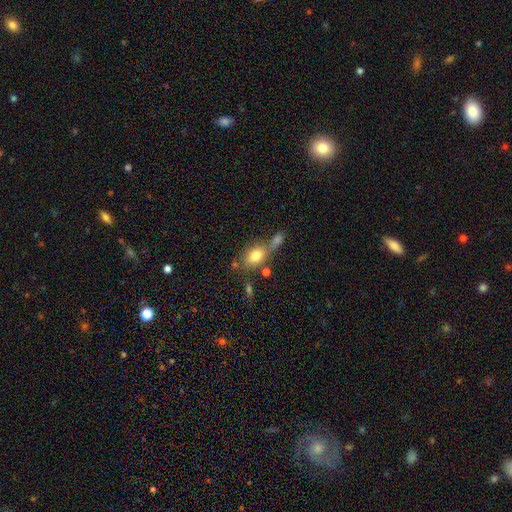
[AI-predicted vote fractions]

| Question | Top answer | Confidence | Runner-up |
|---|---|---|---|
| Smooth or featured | smooth | 76% | featured or disk (15%) |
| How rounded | in between | 74% | round (23%) |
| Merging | none | 44% | merger (36%) |